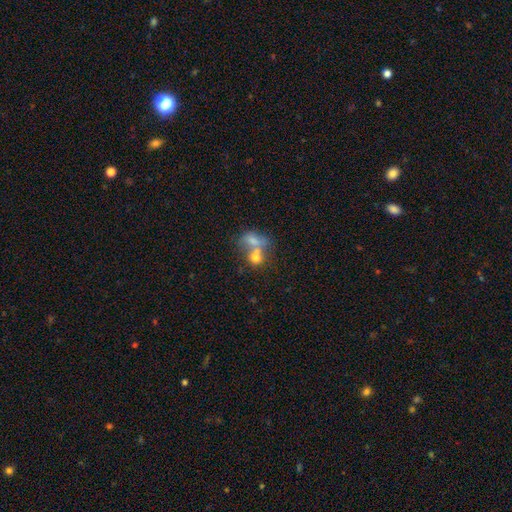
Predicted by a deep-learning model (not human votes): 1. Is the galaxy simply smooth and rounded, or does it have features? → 61% smooth, 25% featured or disk, 13% star or artifact.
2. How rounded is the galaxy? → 52% in between, 45% round, 2% cigar-shaped.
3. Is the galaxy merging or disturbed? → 66% merger, 20% none, 7% major disturbance, 7% minor disturbance.